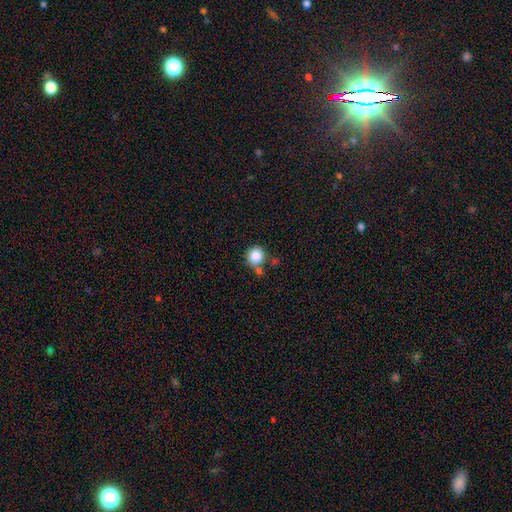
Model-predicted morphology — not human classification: A smooth galaxy with no disk features (85%) that is round (91%).

Vote fractions:
- Smooth or featured? smooth: 85% / star or artifact: 10% / featured or disk: 5%
- How rounded? round: 91% / in between: 8% / cigar-shaped: 1%
- Merging? none: 65% / merger: 16% / minor disturbance: 14% / major disturbance: 5%